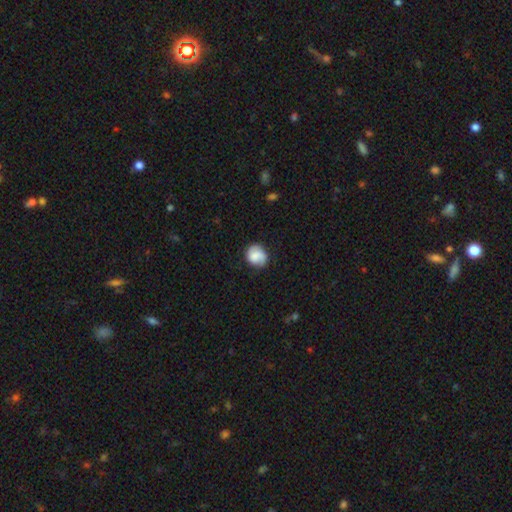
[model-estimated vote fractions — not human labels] Smooth or featured? smooth (63%)
How rounded? round (73%)
Merging? none (72%)